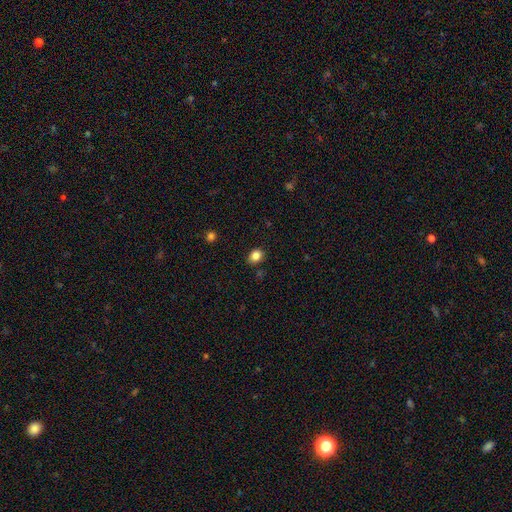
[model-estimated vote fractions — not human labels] A smooth galaxy with no disk features (84%) that is round (51%).

Vote fractions:
- Smooth or featured? smooth: 84% / star or artifact: 11% / featured or disk: 5%
- How rounded? round: 51% / in between: 48% / cigar-shaped: 1%
- Merging? none: 86% / minor disturbance: 10% / major disturbance: 2% / merger: 2%